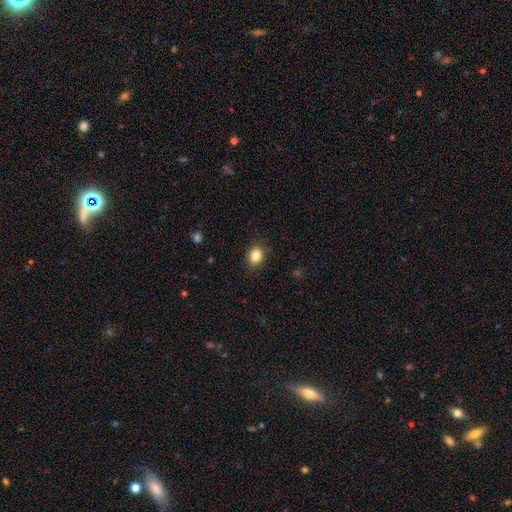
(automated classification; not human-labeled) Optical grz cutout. It shows a smooth galaxy with no disk features (85%) that is round (54%). Merging: none (85%).